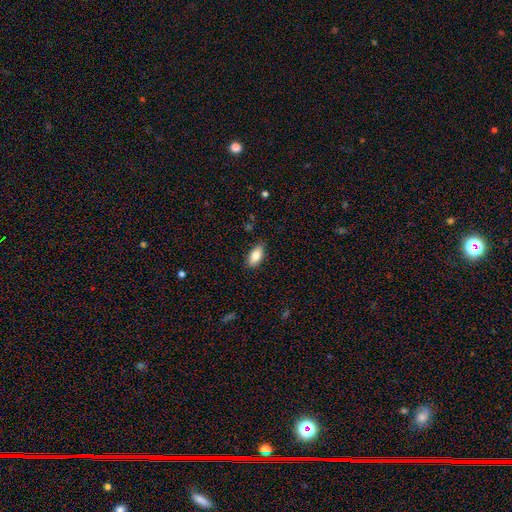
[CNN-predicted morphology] This is clearly a smooth galaxy (83%). How rounded: clearly in between (89%). Merging: clearly none (85%).